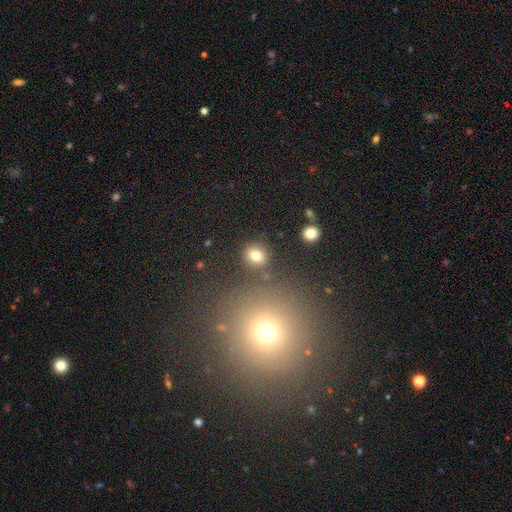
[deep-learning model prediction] smooth 78%, star or artifact 13%, featured or disk 9%. Down the decision tree: how rounded — round (66%); merging — none (81%).